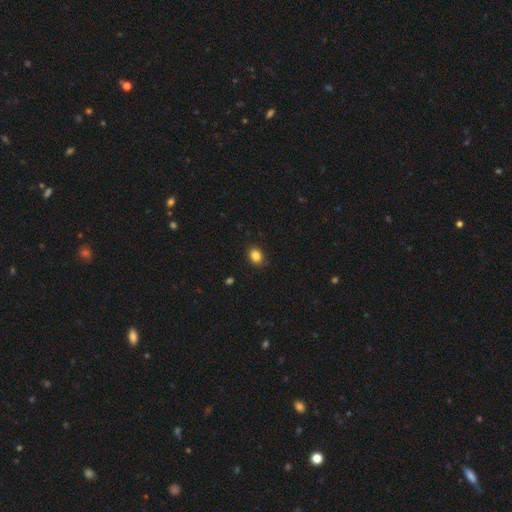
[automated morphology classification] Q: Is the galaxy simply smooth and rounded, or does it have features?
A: smooth — 85%.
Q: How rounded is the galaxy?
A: in between — 50%.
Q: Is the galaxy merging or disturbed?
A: none — 86%.